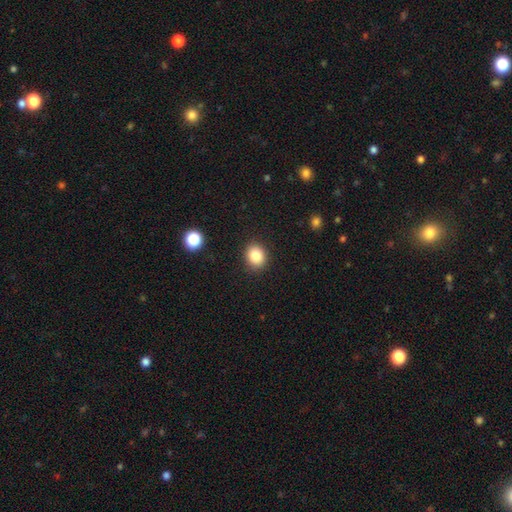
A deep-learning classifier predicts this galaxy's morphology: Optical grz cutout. It shows a smooth galaxy with no disk features (84%) that is round (68%). Merging: none (90%).